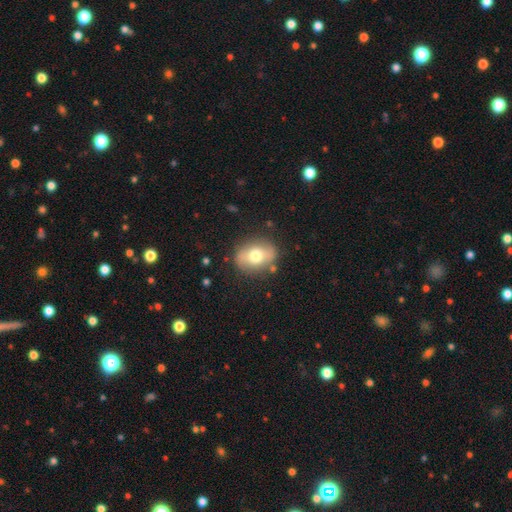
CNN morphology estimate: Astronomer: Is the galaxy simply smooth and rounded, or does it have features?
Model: smooth — 59%.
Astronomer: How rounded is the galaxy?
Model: in between — 61% (runner-up: round, 37%).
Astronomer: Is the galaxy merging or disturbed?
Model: none — 80%.